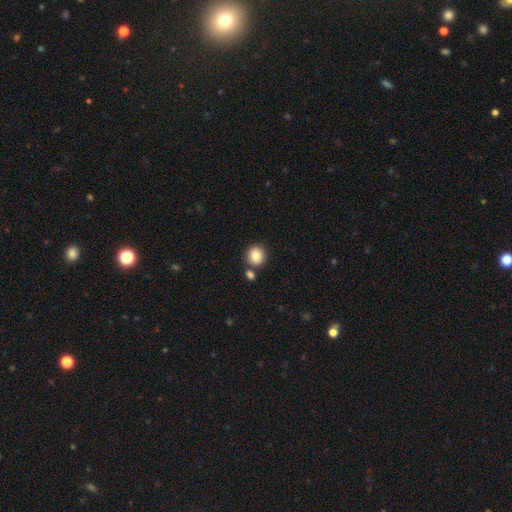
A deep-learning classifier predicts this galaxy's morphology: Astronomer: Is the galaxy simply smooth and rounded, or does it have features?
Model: smooth — 86%.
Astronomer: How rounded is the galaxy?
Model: round — 81%.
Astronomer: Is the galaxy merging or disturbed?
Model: none — 73%.